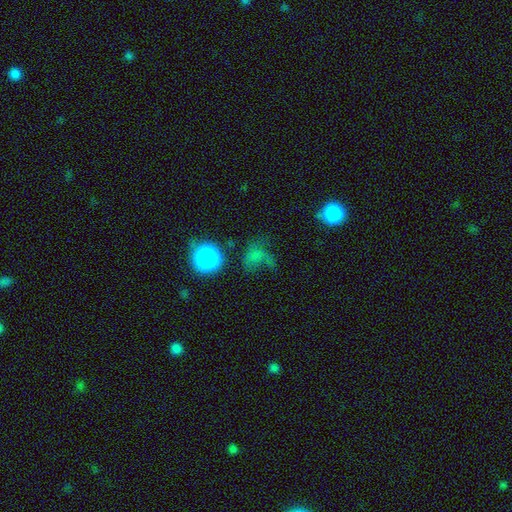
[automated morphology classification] smooth-or-featured: smooth: 56% | star or artifact: 25% | featured or disk: 20%
  how-rounded: round: 58% | in between: 40% | cigar-shaped: 2%
  merging: major disturbance: 41% | none: 35% | minor disturbance: 16% | merger: 9%